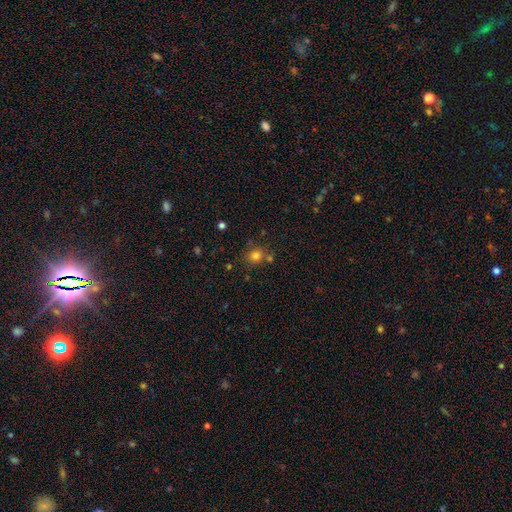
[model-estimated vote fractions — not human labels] Smooth or featured? Predicted: smooth (p=0.78). How rounded? Predicted: round (p=0.78). Merging? Predicted: none (p=0.70).